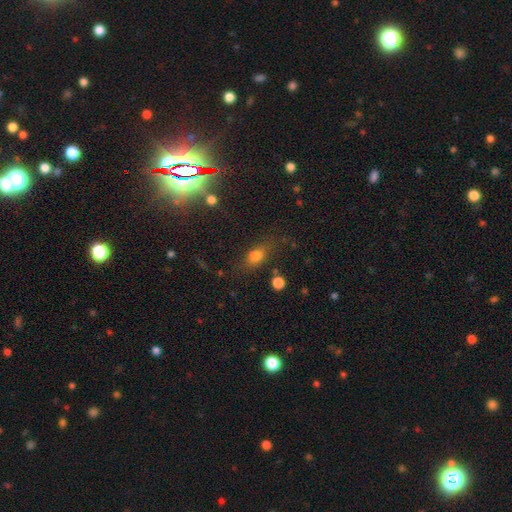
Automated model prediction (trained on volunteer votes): Q: Smooth or featured?
A: smooth (73%); runner-up: star or artifact (15%)
Q: How rounded?
A: in between (68%); runner-up: round (20%)
Q: Merging?
A: none (67%); runner-up: minor disturbance (18%)